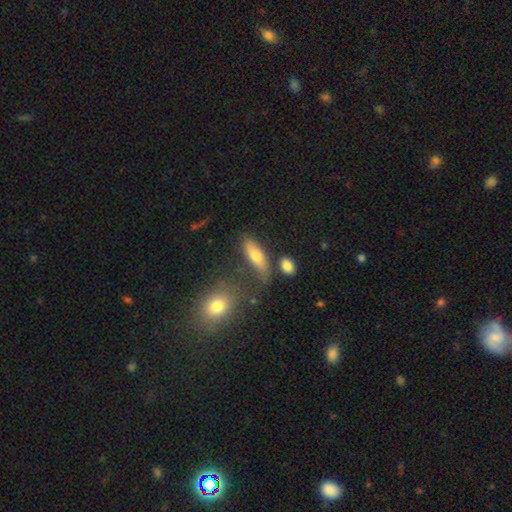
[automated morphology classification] Smooth or featured? smooth (72%)
How rounded? in between (60%)
Merging? none (58%)